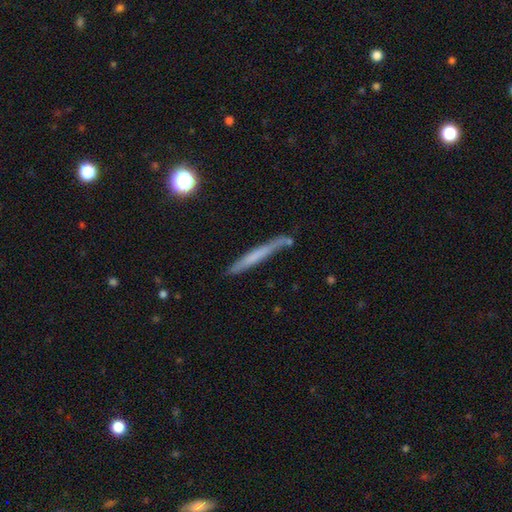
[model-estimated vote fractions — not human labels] smooth_or_featured: smooth (p=0.54) [alt: featured or disk p=0.38]
how_rounded: cigar-shaped (p=0.96) [alt: in between p=0.03]
merging: none (p=0.74) [alt: minor disturbance p=0.17]